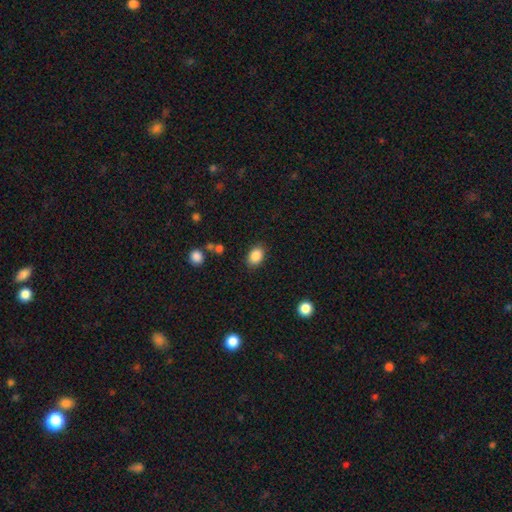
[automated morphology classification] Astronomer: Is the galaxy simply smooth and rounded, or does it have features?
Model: smooth — 87%.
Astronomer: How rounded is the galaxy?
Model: in between — 76%.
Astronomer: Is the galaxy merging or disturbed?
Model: none — 85%.